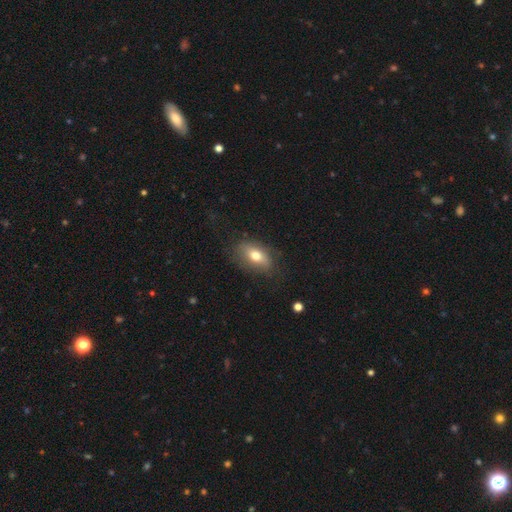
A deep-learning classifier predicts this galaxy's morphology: Smooth or featured? Predicted: smooth (p=0.69). How rounded? Predicted: in between (p=0.86). Merging? Predicted: none (p=0.74).